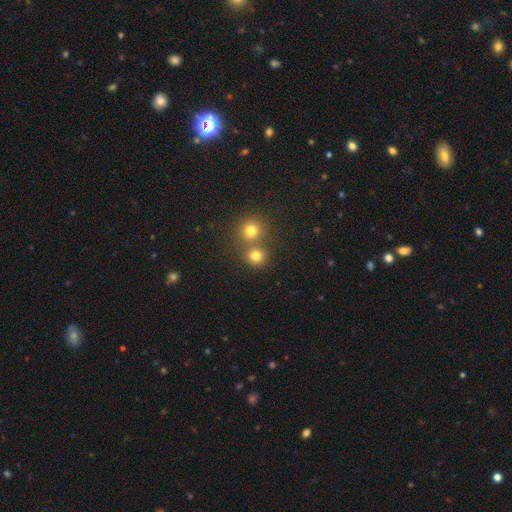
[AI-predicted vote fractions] Overall: smooth (78%). How rounded: round (89%). Merging: none (63%; merger 28%).